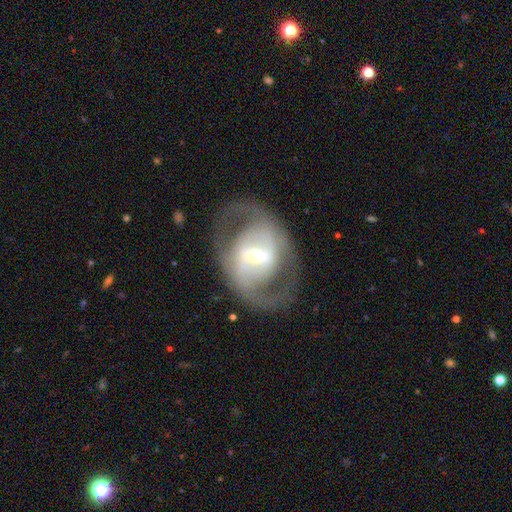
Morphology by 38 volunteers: Smooth or featured: featured or disk — 92% (smooth — 5%)
Edge-on disk: no — 91% (yes — 9%)
Bar: weak — 44% (strong — 28%)
Spiral arms: yes — 53% (no — 47%)
Spiral winding: medium — 59% (tight — 24%)
Spiral arm count: 2 — 76% (can't tell — 18%)
Bulge size: small — 53% (moderate — 41%)
Merging: none — 78% (minor disturbance — 11%)